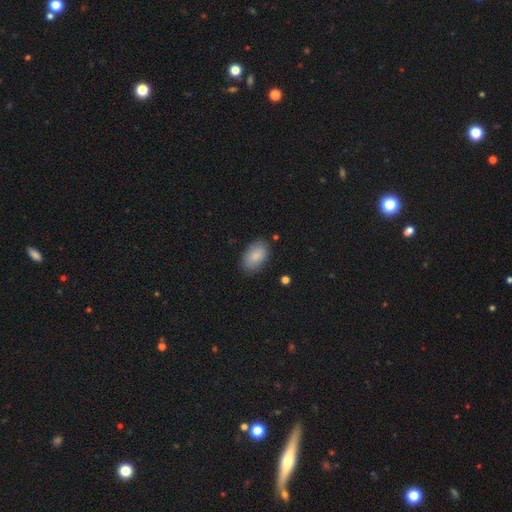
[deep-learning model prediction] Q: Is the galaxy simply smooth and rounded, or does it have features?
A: smooth — 85%.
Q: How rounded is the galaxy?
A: in between — 92%.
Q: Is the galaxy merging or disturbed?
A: none — 82%.